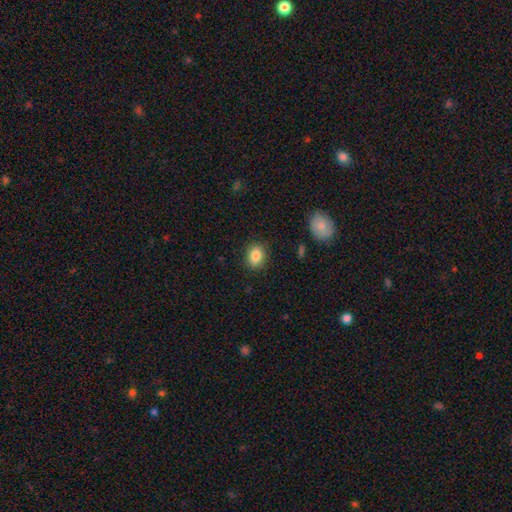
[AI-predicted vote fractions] Smooth or featured? Predicted: smooth (p=0.85). How rounded? Predicted: in between (p=0.58). Merging? Predicted: none (p=0.87).